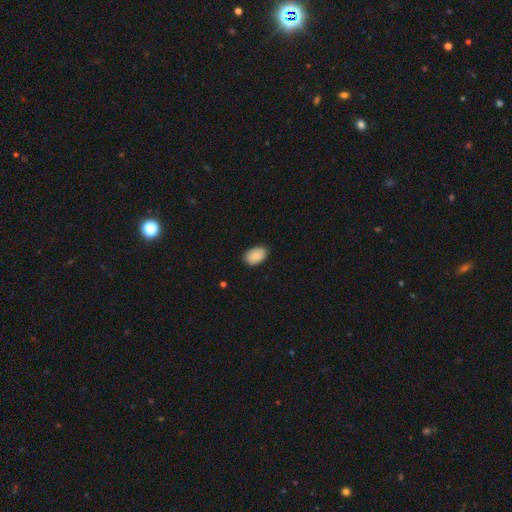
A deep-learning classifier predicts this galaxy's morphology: Smooth or featured: smooth — 87% (star or artifact — 7%)
How rounded: in between — 90% (round — 9%)
Merging: none — 85% (minor disturbance — 12%)